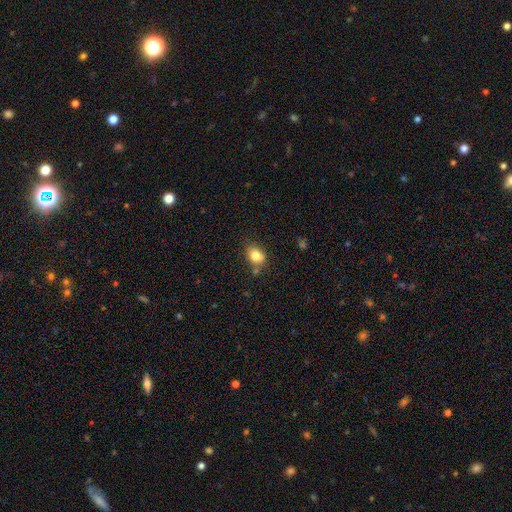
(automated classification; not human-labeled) Morphology: type=smooth (81%); roundness=in between (64%); merging=none (69%).